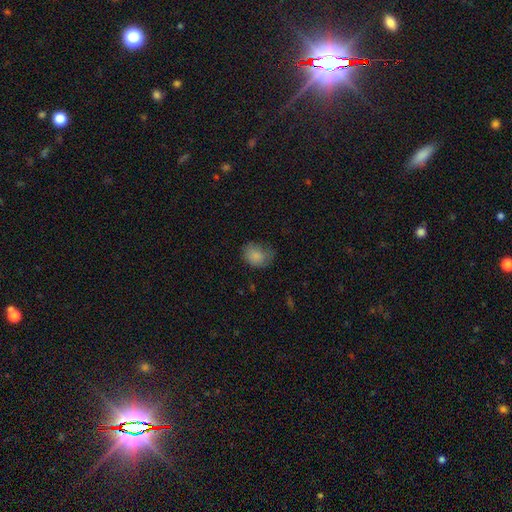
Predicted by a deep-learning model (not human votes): Smooth or featured? Predicted: smooth (p=0.82). How rounded? Predicted: in between (p=0.52). Merging? Predicted: none (p=0.50).